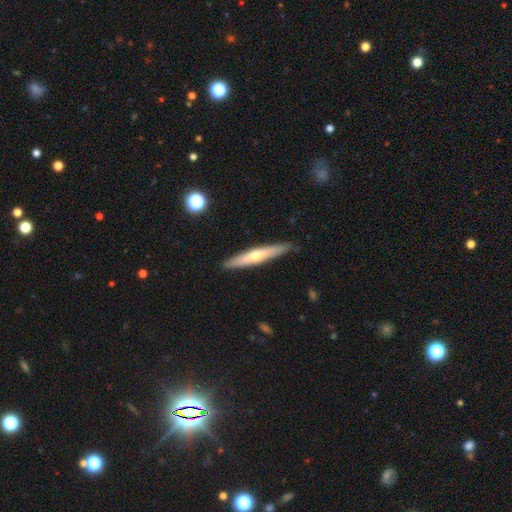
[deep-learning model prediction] smooth-or-featured: featured or disk: 53% | smooth: 41% | star or artifact: 6%
  disk-edge-on: yes: 93% | no: 7%
  merging: none: 89% | minor disturbance: 8% | major disturbance: 1% | merger: 1%